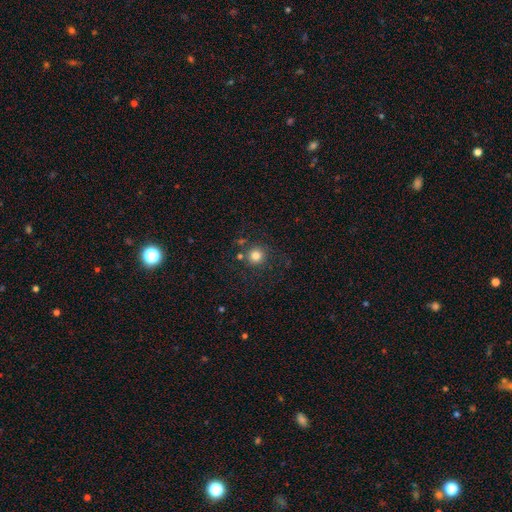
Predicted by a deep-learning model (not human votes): Q: Smooth or featured?
A: smooth (82%); runner-up: star or artifact (12%)
Q: How rounded?
A: round (94%); runner-up: in between (5%)
Q: Merging?
A: none (79%); runner-up: minor disturbance (9%)